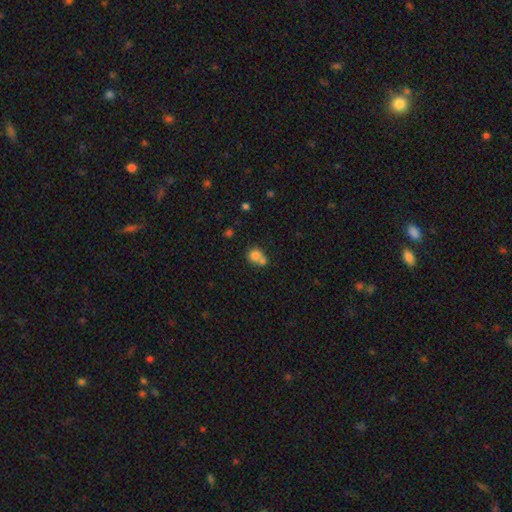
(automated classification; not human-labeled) smooth-or-featured: smooth: 76% | featured or disk: 13% | star or artifact: 11%
  how-rounded: round: 74% | in between: 25% | cigar-shaped: 1%
  merging: merger: 55% | none: 33% | minor disturbance: 8% | major disturbance: 4%